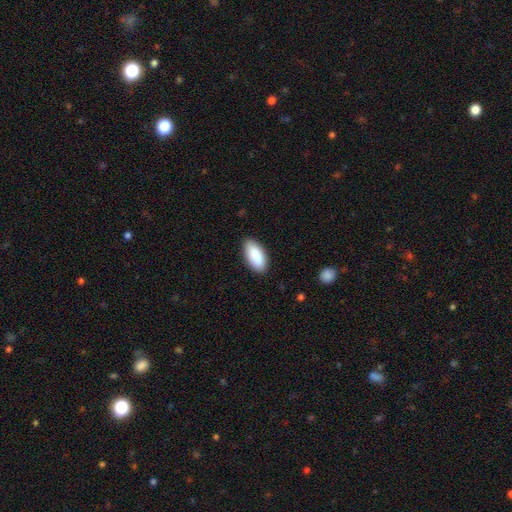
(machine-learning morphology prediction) This is clearly a smooth galaxy (90%). How rounded: clearly in between (92%). Merging: clearly none (87%).